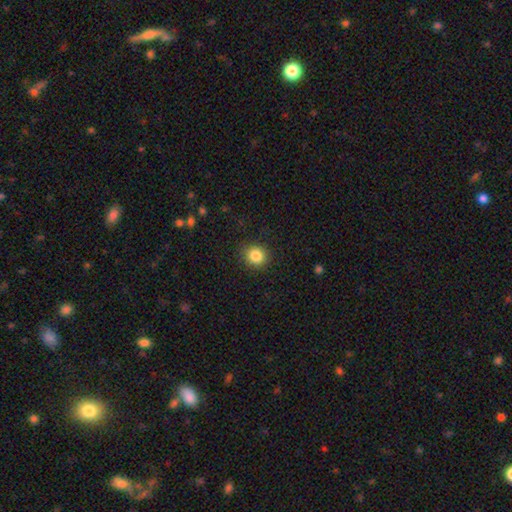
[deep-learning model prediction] Smooth or featured? Predicted: smooth (p=0.85). How rounded? Predicted: round (p=0.82). Merging? Predicted: none (p=0.88).